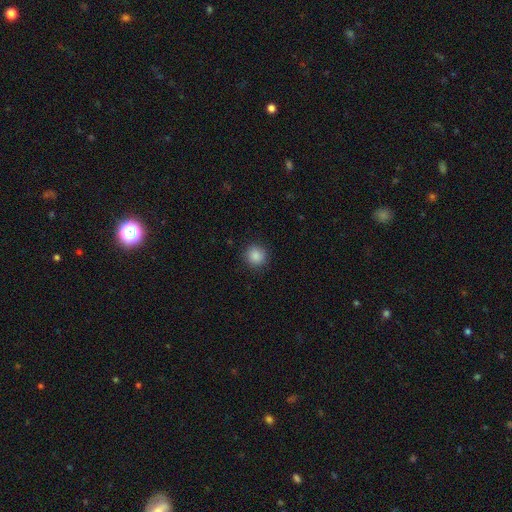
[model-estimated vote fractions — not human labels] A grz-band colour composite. It shows a smooth galaxy with no disk features (87%) that is round (93%). Merging: none (89%).